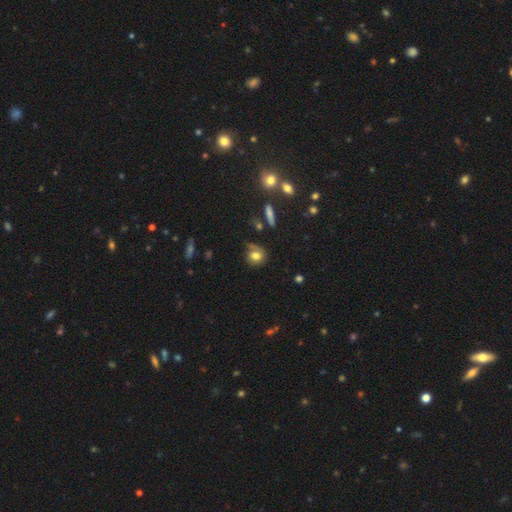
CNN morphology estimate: Smooth or featured: smooth — 72% (featured or disk — 17%)
How rounded: round — 74% (in between — 25%)
Merging: none — 59% (minor disturbance — 23%)